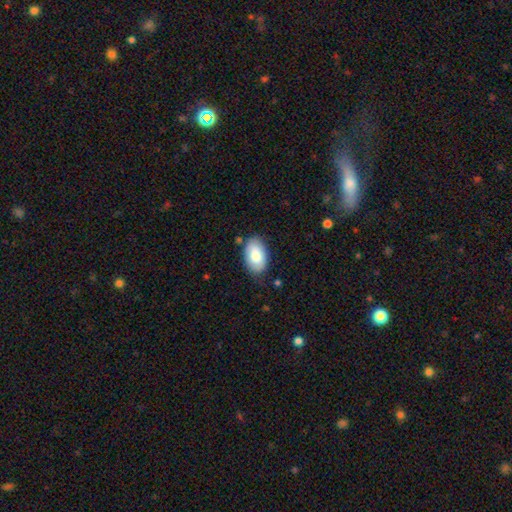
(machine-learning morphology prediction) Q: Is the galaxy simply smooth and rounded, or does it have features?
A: smooth — 83%.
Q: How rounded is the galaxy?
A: in between — 95%.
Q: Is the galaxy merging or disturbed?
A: none — 78%.